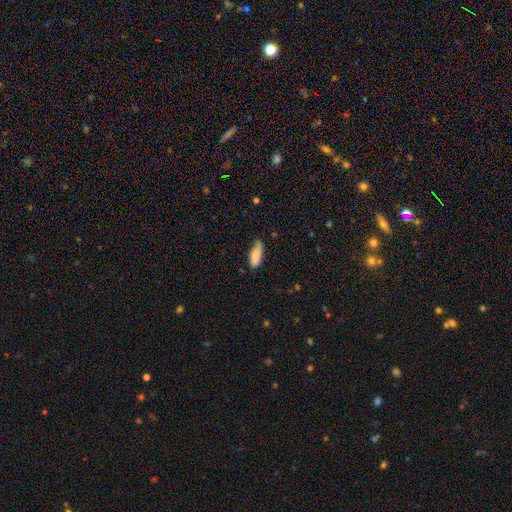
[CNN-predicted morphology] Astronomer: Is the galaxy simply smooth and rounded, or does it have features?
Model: smooth — 82%.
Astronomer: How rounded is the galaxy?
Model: in between — 65%.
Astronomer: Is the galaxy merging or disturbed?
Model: none — 61%.